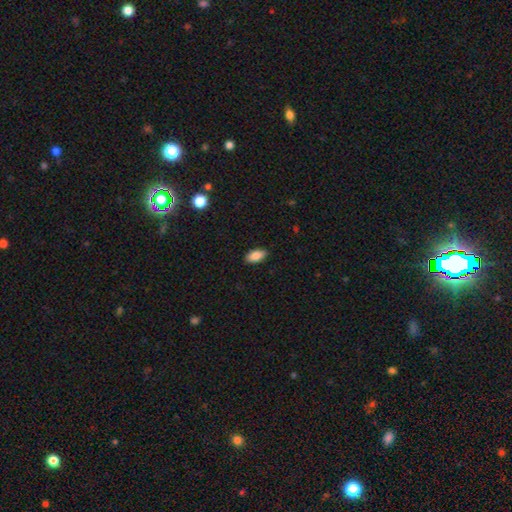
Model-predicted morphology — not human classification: A smooth galaxy with no disk features (86%) that is in between round and cigar-shaped (91%). Merging: none (88%).